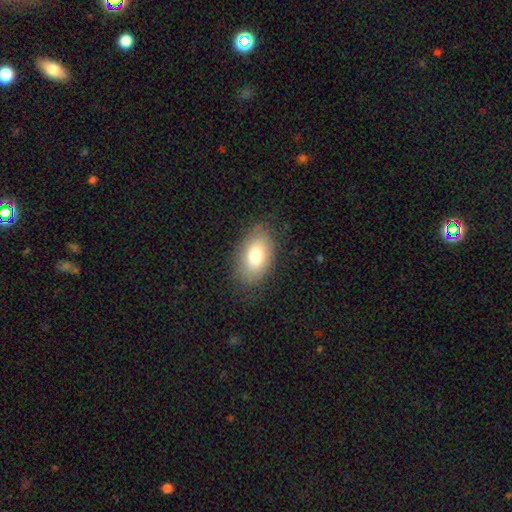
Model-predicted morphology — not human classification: This is likely a smooth galaxy (78%). How rounded: clearly in between (91%). Merging: clearly none (80%).